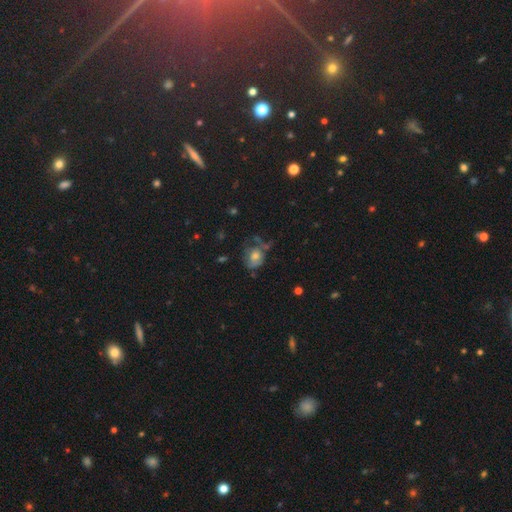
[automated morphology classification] This is possibly a smooth galaxy (60%). How rounded: possibly in between (52%). Merging: marginally none (39%).